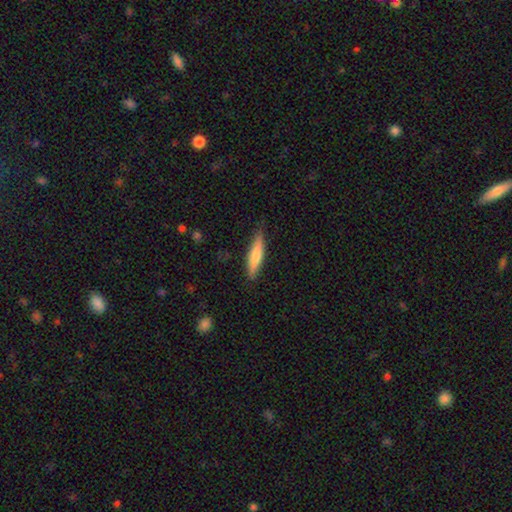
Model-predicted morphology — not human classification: Smooth or featured?
  - smooth: 71% *
  - featured or disk: 23%
  - star or artifact: 5%
How rounded?
  - cigar-shaped: 81% *
  - in between: 18%
  - round: 1%
Merging?
  - none: 81% *
  - minor disturbance: 15%
  - major disturbance: 3%
  - merger: 1%